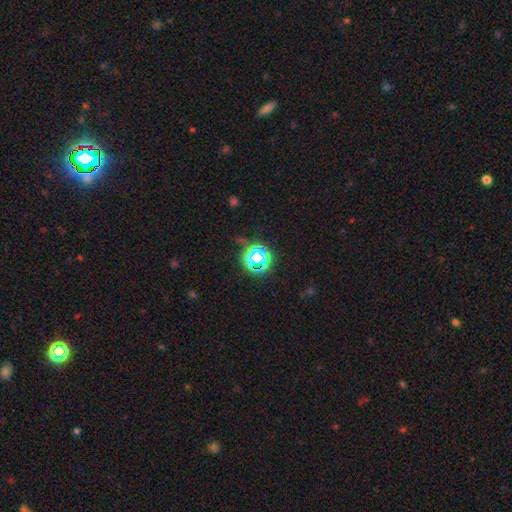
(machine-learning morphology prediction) This is likely a star or artifact rather than a galaxy (68%).